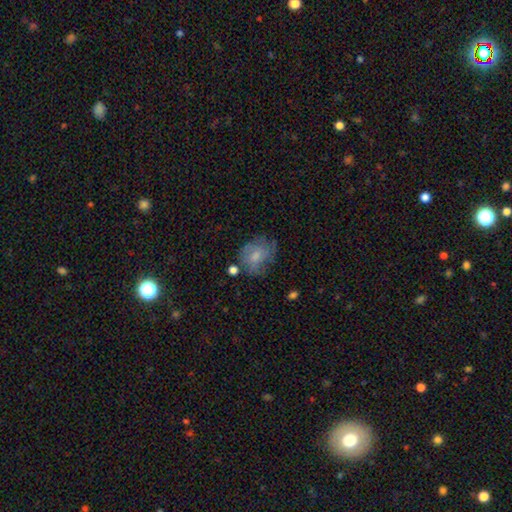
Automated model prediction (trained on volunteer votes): smooth 61%, featured or disk 30%, star or artifact 9%. Down the decision tree: how rounded — round (49%, tied with in between); merging — none (51%).